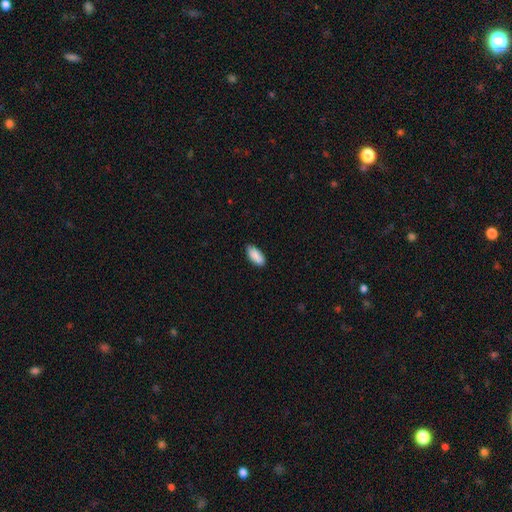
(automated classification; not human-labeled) Smooth or featured? smooth (89%)
How rounded? in between (86%)
Merging? none (84%)